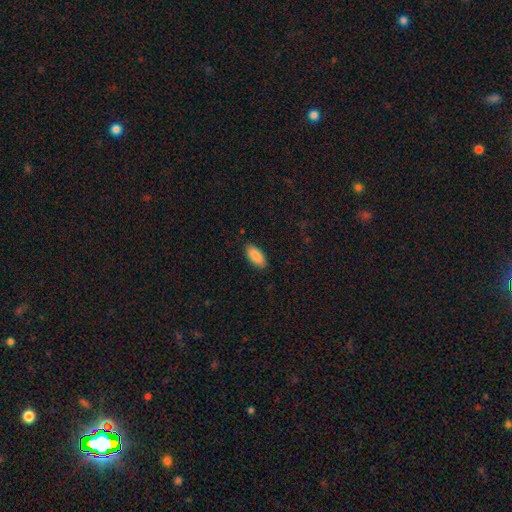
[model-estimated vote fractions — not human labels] Smooth or featured? Predicted: smooth (p=0.89). How rounded? Predicted: in between (p=0.84). Merging? Predicted: none (p=0.88).